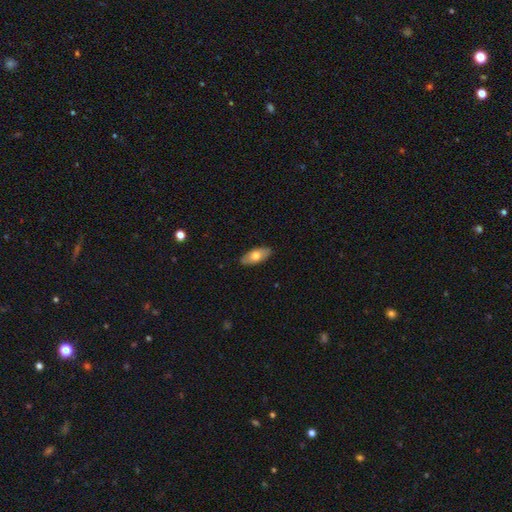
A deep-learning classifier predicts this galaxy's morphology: Smooth or featured? smooth (67%)
How rounded? in between (85%)
Merging? none (88%)